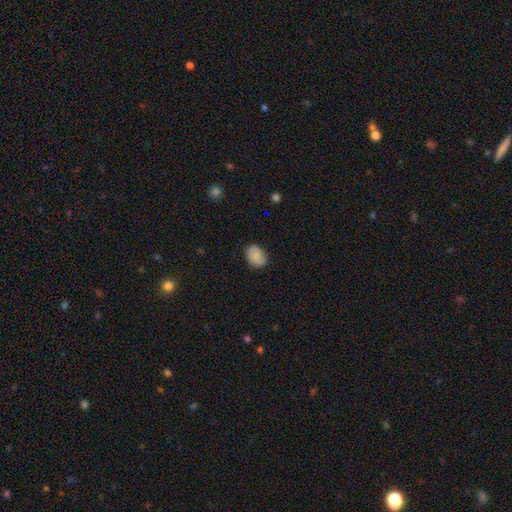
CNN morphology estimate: A smooth galaxy with no disk features (85%) that is in between round and cigar-shaped (75%).

Vote fractions:
- Smooth or featured? smooth: 85% / star or artifact: 8% / featured or disk: 7%
- How rounded? in between: 75% / round: 24% / cigar-shaped: 1%
- Merging? none: 80% / minor disturbance: 16% / major disturbance: 3% / merger: 1%